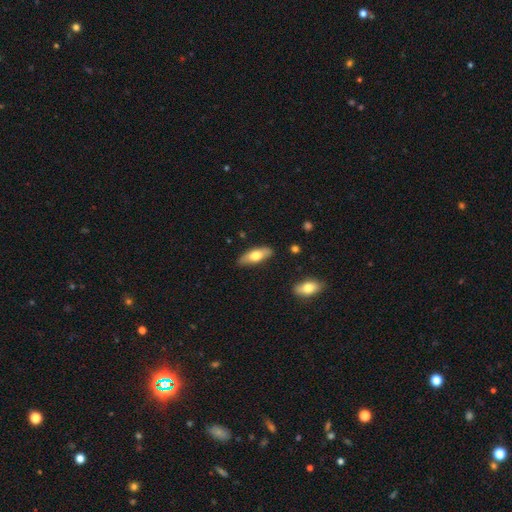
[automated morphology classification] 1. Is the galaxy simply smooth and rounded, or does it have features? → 68% smooth, 27% featured or disk, 6% star or artifact.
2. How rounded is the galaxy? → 67% in between, 30% cigar-shaped, 3% round.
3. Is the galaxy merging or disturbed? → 86% none, 11% minor disturbance, 2% major disturbance, 2% merger.